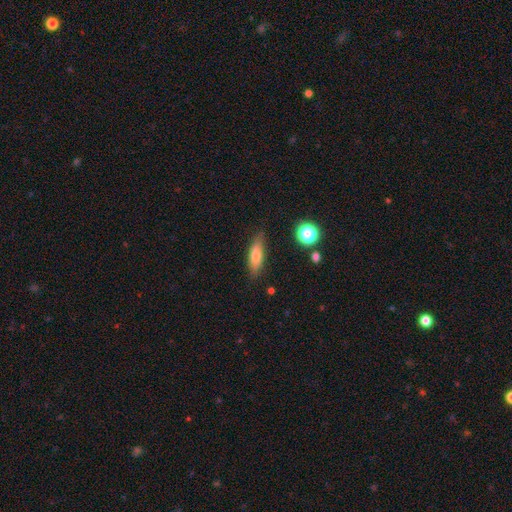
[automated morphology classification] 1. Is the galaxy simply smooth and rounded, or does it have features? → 69% smooth, 22% featured or disk, 9% star or artifact.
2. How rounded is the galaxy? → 54% cigar-shaped, 43% in between, 3% round.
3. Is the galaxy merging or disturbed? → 82% none, 13% minor disturbance, 3% major disturbance, 2% merger.